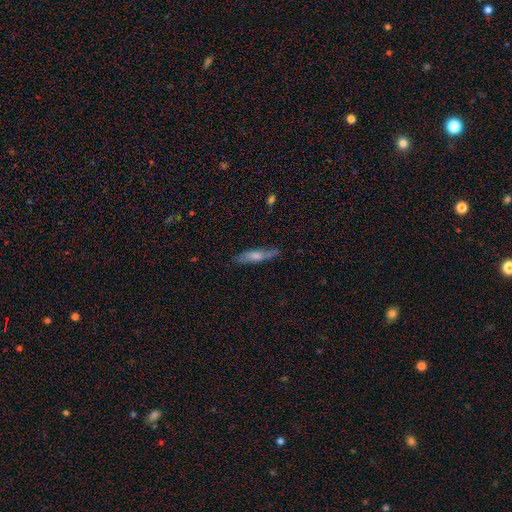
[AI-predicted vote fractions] smooth 62%, featured or disk 31%, star or artifact 6%. Down the decision tree: how rounded — cigar-shaped (75%); merging — none (77%).